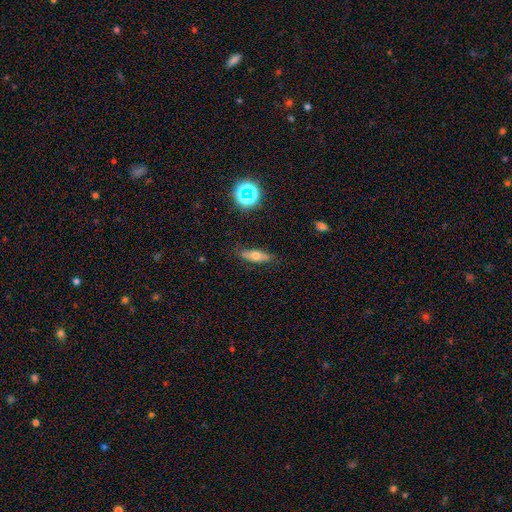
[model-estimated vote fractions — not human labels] Smooth or featured: smooth — 58% (featured or disk — 31%)
How rounded: in between — 55% (cigar-shaped — 40%)
Merging: none — 80% (minor disturbance — 15%)